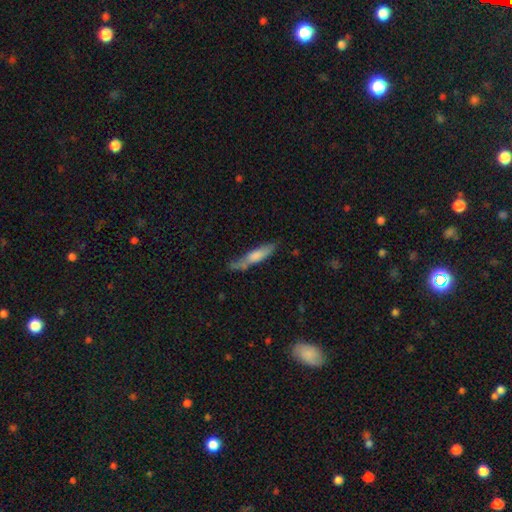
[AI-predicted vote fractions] Smooth or featured? smooth (59%)
How rounded? cigar-shaped (79%)
Merging? none (54%)